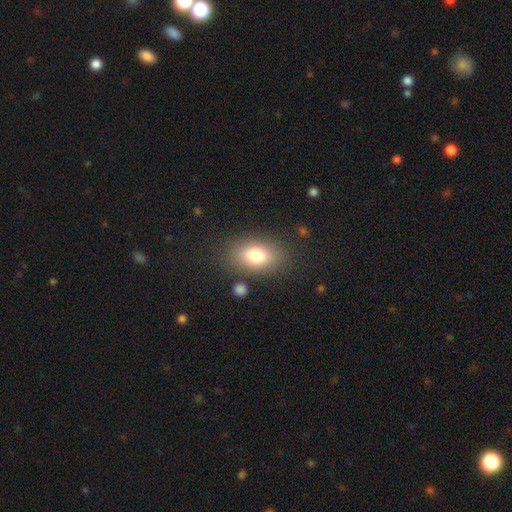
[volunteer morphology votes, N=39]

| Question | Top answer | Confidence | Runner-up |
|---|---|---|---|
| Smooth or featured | smooth | 92% | featured or disk (5%) |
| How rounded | in between | 53% | round (44%) |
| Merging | none | 82% | minor disturbance (8%) |